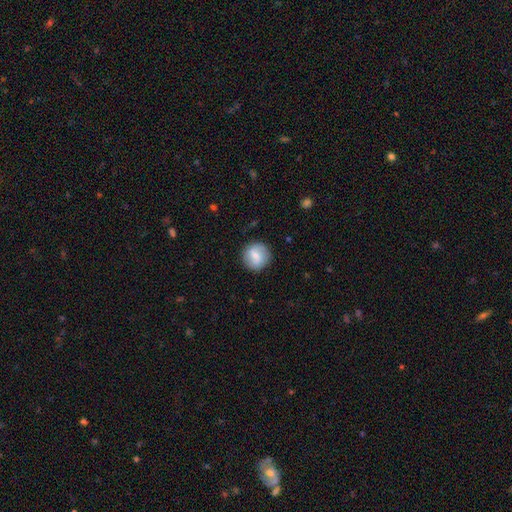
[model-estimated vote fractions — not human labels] The model was most divided on "smooth or featured": smooth: 62%, featured or disk: 31%, star or artifact: 7%. More confident: how rounded — round (93%); merging — none (86%).